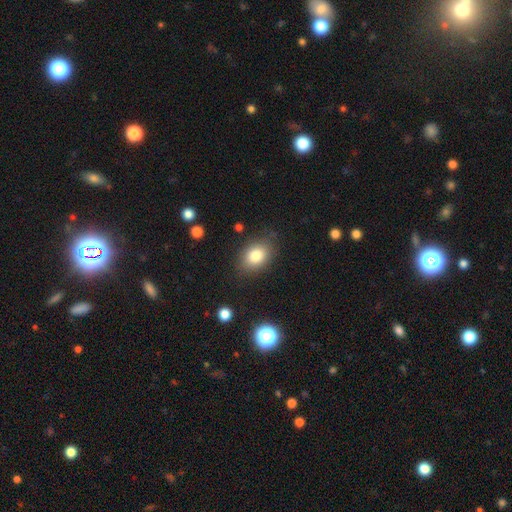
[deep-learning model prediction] Smooth or featured?
  - smooth: 82% *
  - star or artifact: 9%
  - featured or disk: 9%
How rounded?
  - in between: 76% *
  - round: 23%
  - cigar-shaped: 1%
Merging?
  - none: 81% *
  - minor disturbance: 13%
  - major disturbance: 4%
  - merger: 2%